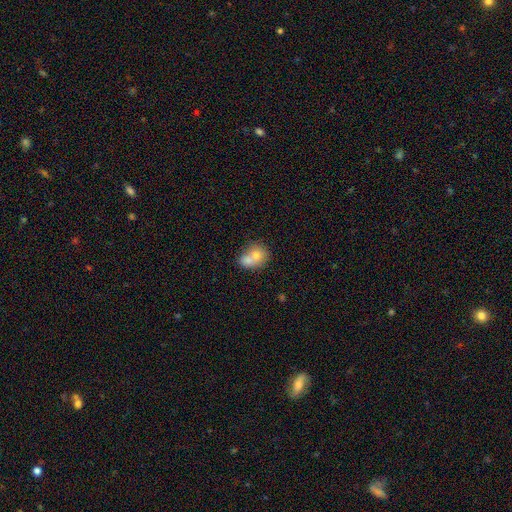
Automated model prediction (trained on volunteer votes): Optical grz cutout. It shows a smooth galaxy with no disk features (70%) that is round (58%). Merging: merger (64%).